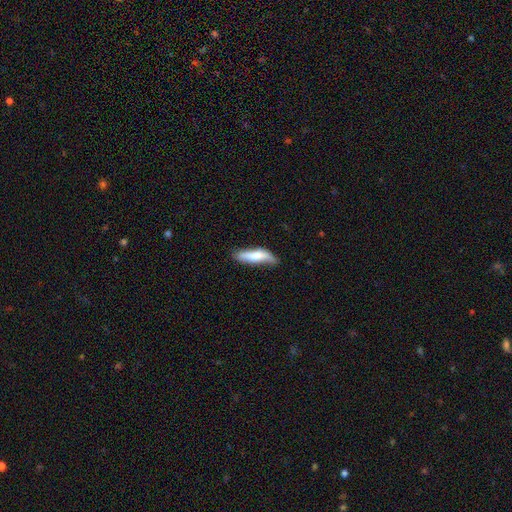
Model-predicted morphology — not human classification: This appears to be a smooth galaxy with no disk features (70%) that is cigar-shaped (68%). Merging: none (56%).